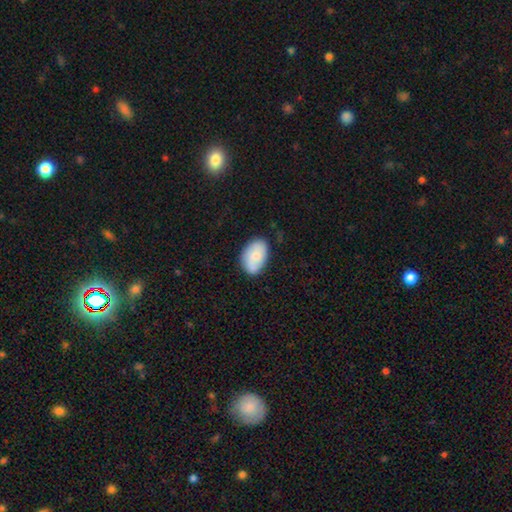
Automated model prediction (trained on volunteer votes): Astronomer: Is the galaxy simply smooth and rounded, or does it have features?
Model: smooth — 78%.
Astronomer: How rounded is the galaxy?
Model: in between — 91%.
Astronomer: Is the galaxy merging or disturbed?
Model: none — 77%.